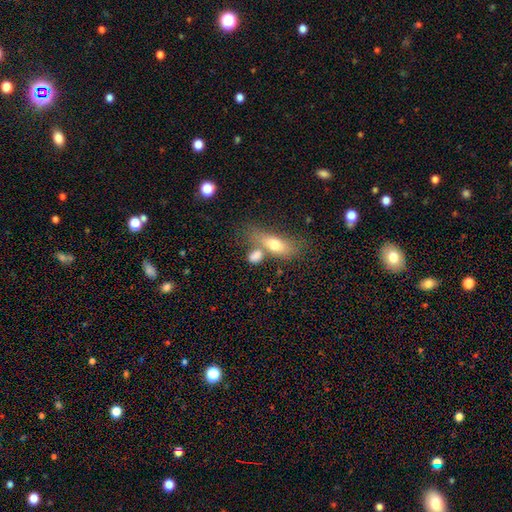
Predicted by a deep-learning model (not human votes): smooth-or-featured: smooth: 74% | featured or disk: 17% | star or artifact: 9%
  how-rounded: in between: 68% | round: 17% | cigar-shaped: 15%
  merging: none: 39% | merger: 38% | minor disturbance: 14% | major disturbance: 9%